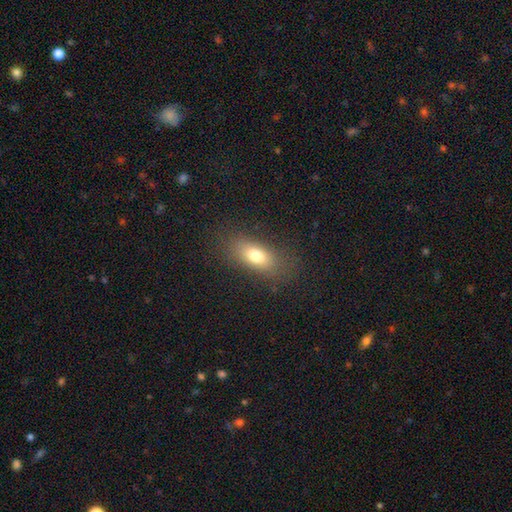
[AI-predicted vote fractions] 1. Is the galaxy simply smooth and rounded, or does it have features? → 74% smooth, 15% featured or disk, 11% star or artifact.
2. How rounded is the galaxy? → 80% in between, 12% cigar-shaped, 8% round.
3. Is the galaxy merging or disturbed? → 81% none, 12% minor disturbance, 6% major disturbance, 1% merger.